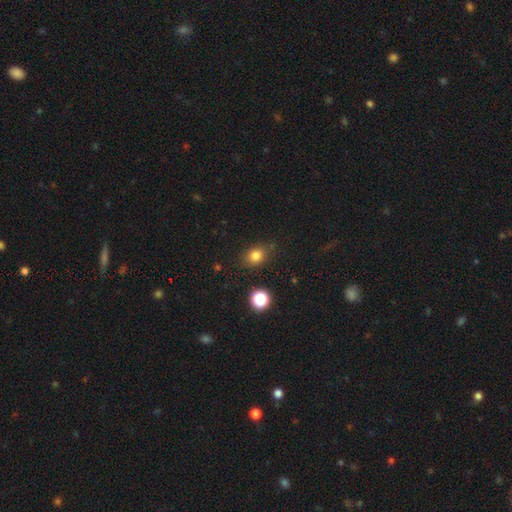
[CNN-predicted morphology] Q: Smooth or featured?
A: smooth (80%); runner-up: star or artifact (14%)
Q: How rounded?
A: in between (50%); runner-up: round (48%)
Q: Merging?
A: none (78%); runner-up: minor disturbance (15%)